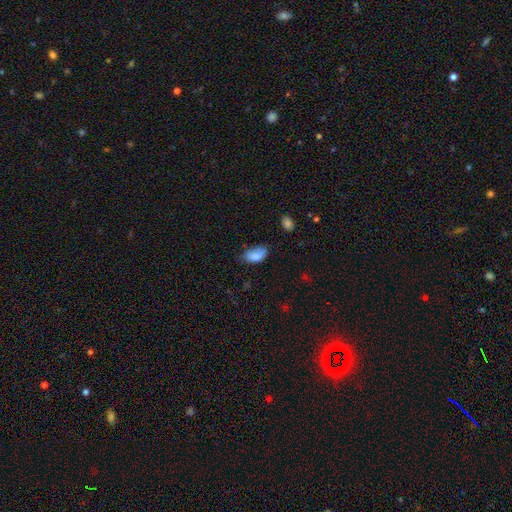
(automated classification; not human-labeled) A smooth galaxy with no disk features (83%) that is in between round and cigar-shaped (93%). Merging: none (48%).